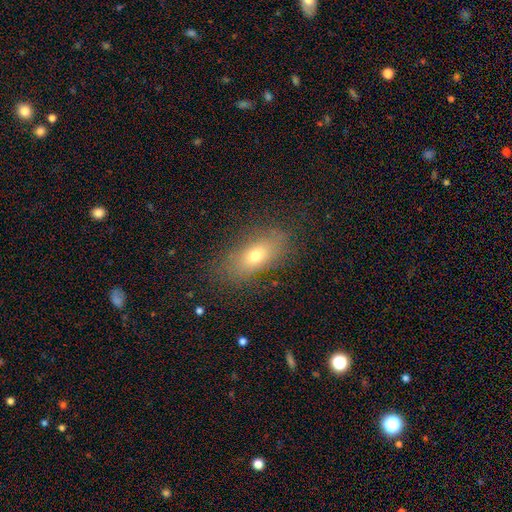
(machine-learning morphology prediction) type=smooth (68%); roundness=in between (82%); merging=none (78%).